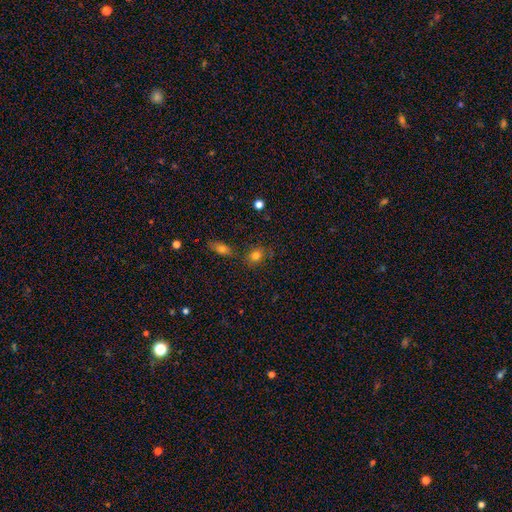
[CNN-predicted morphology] Q: Smooth or featured?
A: smooth (79%); runner-up: star or artifact (13%)
Q: How rounded?
A: round (58%); runner-up: in between (41%)
Q: Merging?
A: none (73%); runner-up: minor disturbance (14%)